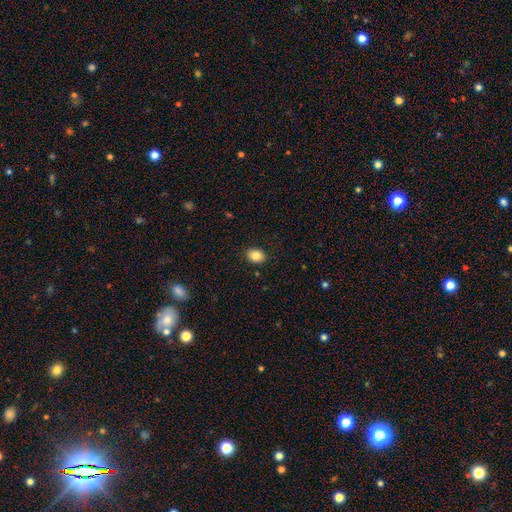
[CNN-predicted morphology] Overall: smooth (85%). How rounded: in between (63%; round 36%). Merging: none (90%).